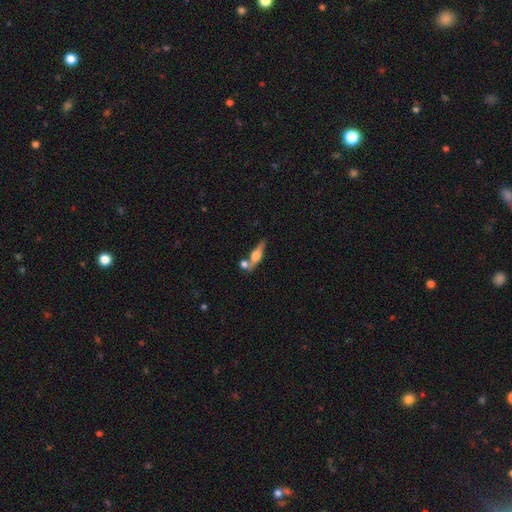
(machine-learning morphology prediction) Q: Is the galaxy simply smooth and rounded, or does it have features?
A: featured or disk — 59%.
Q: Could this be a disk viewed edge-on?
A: yes — 91%.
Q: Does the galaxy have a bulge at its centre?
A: rounded — 91%.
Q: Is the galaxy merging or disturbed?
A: none — 58%.